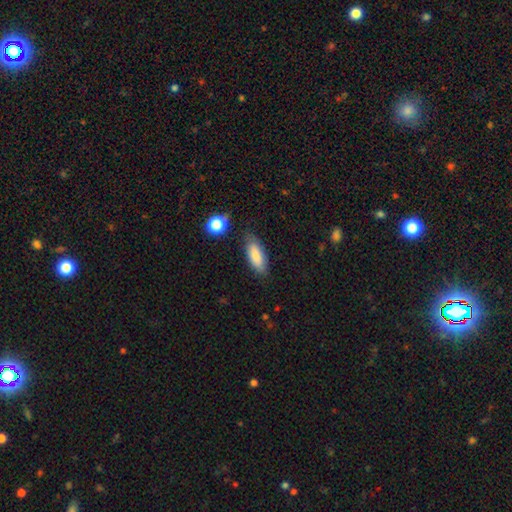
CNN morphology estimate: This is clearly a smooth galaxy (84%). How rounded: likely in between (73%). Merging: likely none (76%).